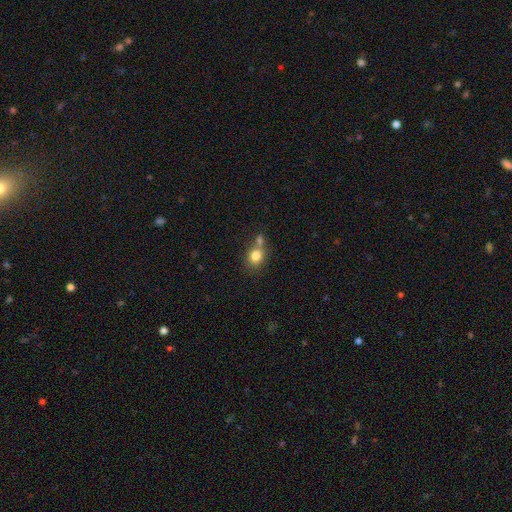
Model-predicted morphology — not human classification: smooth-or-featured: smooth: 79% | star or artifact: 11% | featured or disk: 10%
  how-rounded: round: 64% | in between: 35% | cigar-shaped: 1%
  merging: none: 50% | merger: 33% | minor disturbance: 13% | major disturbance: 4%